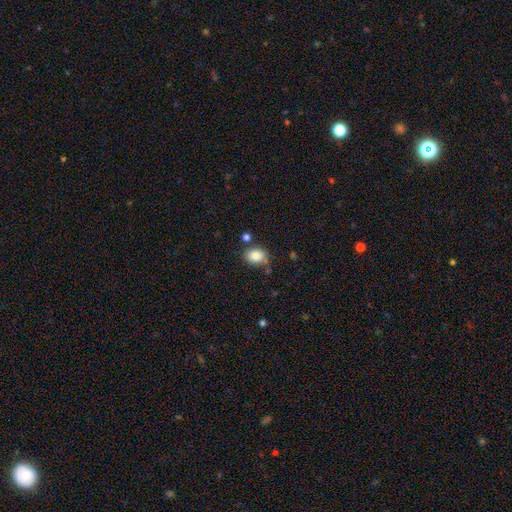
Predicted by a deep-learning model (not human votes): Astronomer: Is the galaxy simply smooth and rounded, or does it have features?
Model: smooth — 85%.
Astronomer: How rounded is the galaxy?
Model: in between — 61% (runner-up: round, 38%).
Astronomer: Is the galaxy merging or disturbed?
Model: none — 73%.